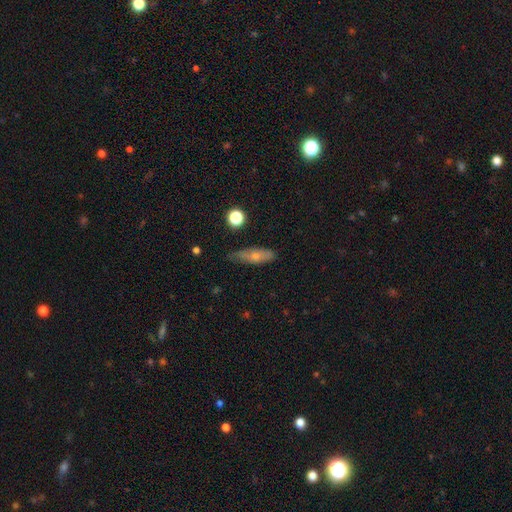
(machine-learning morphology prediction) smooth-or-featured: smooth: 64% | featured or disk: 28% | star or artifact: 8%
  how-rounded: in between: 53% | cigar-shaped: 43% | round: 4%
  merging: none: 69% | minor disturbance: 25% | major disturbance: 5% | merger: 2%